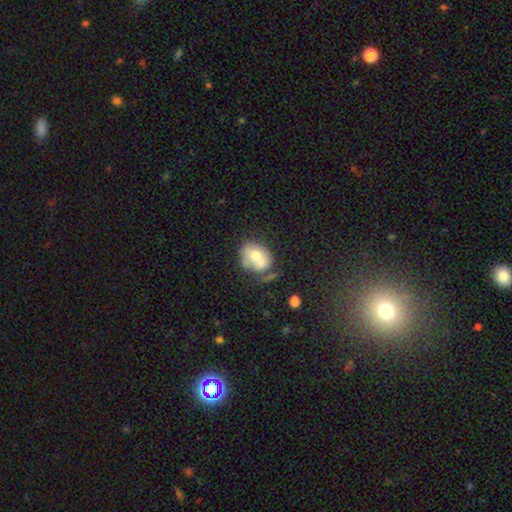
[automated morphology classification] A smooth galaxy with no disk features (61%) that is round (51%). Merging: none (37%).